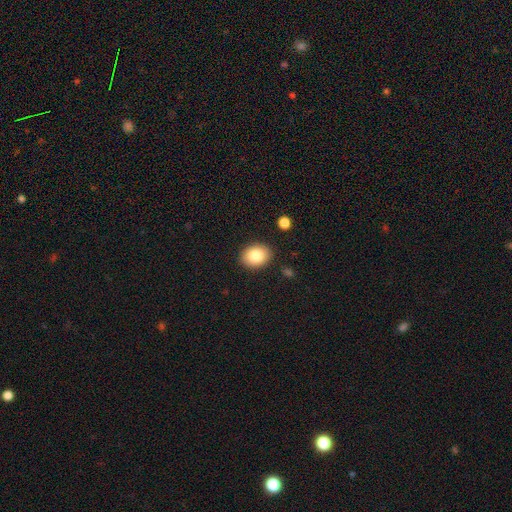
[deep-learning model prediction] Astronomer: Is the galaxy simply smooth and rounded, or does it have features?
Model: smooth — 82%.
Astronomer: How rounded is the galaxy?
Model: in between — 61% (runner-up: round, 38%).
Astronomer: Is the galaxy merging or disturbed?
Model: none — 88%.